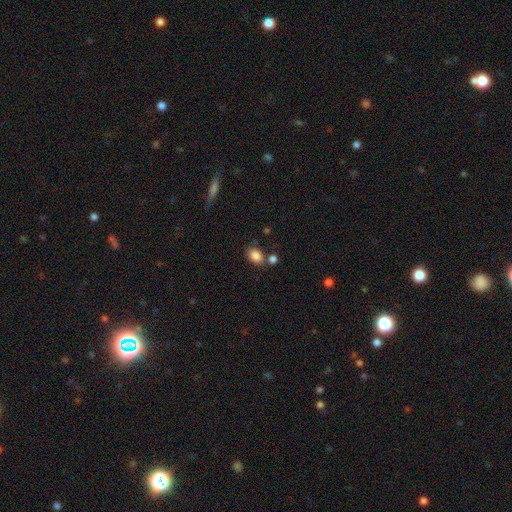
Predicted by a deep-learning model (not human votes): Morphology: type=smooth (85%); roundness=in between (73%); merging=none (65%).